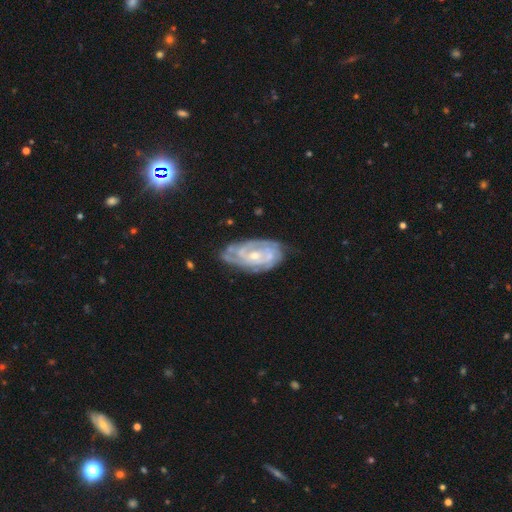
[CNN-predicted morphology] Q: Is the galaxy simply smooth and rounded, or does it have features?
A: featured or disk — 86%.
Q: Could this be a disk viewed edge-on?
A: no — 96%.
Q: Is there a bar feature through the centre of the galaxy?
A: no — 63%.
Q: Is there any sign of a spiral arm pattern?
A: yes — 94%.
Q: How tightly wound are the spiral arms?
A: tight — 69%.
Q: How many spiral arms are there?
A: can't tell — 30%.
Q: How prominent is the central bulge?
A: small — 56%.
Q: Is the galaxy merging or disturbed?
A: none — 65%.